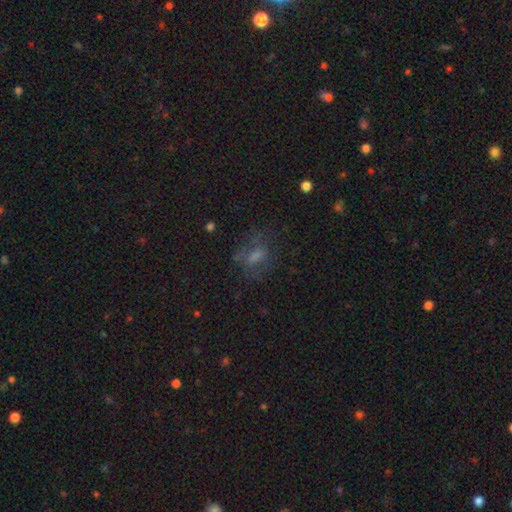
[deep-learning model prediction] Smooth or featured? smooth (49%)
Merging? none (52%)